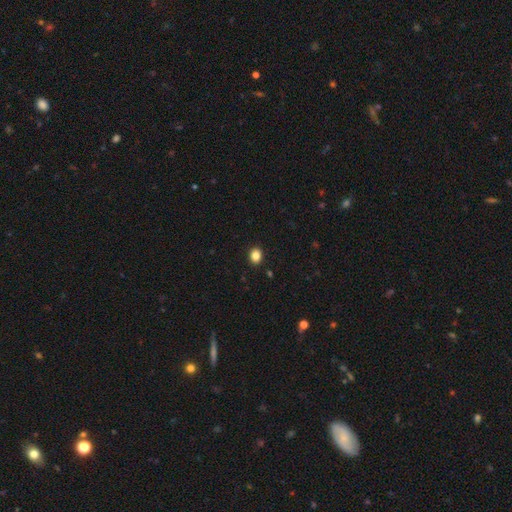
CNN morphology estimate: A smooth galaxy with no disk features (85%) that is round (57%).

Vote fractions:
- Smooth or featured? smooth: 85% / star or artifact: 10% / featured or disk: 5%
- How rounded? round: 57% / in between: 42% / cigar-shaped: 1%
- Merging? none: 91% / minor disturbance: 6% / major disturbance: 2% / merger: 1%